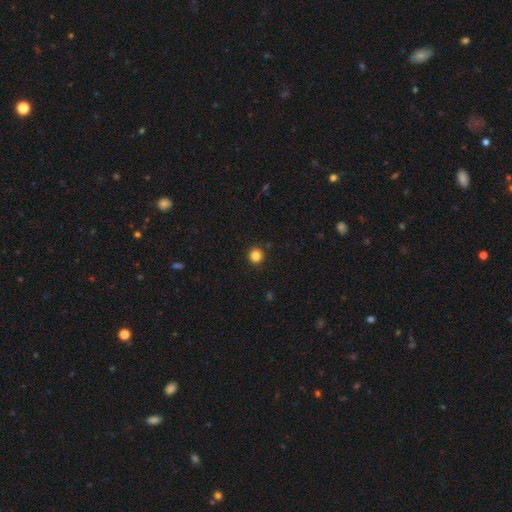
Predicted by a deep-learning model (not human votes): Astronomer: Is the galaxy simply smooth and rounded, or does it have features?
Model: smooth — 84%.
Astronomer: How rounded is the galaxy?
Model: round — 93%.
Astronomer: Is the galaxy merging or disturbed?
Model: none — 91%.